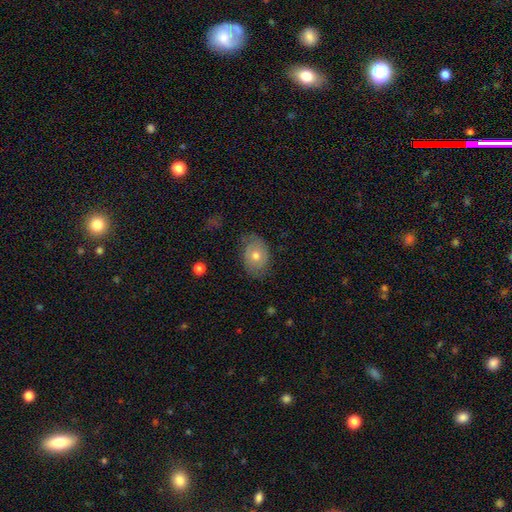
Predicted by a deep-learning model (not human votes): The model was most divided on "smooth or featured": smooth: 54%, featured or disk: 37%, star or artifact: 9%. More confident: how rounded — in between (72%); merging — none (71%).